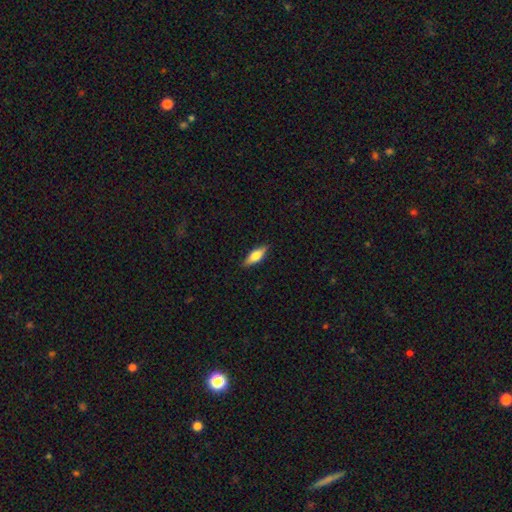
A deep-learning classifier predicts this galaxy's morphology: A smooth galaxy with no disk features (59%) that is in between round and cigar-shaped (60%).

Vote fractions:
- Smooth or featured? smooth: 59% / featured or disk: 35% / star or artifact: 6%
- How rounded? in between: 60% / cigar-shaped: 37% / round: 3%
- Merging? none: 87% / minor disturbance: 10% / major disturbance: 2% / merger: 1%